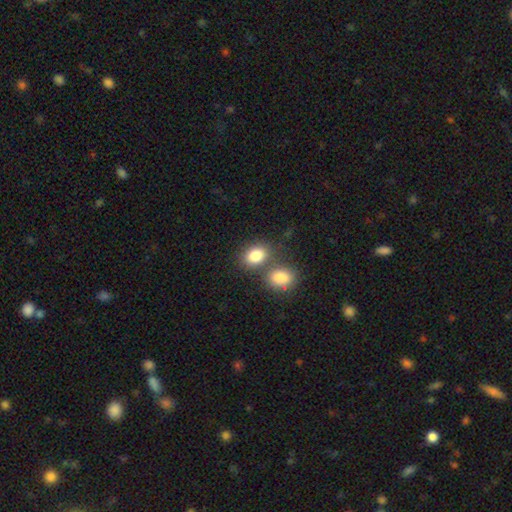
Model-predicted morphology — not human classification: The model was most divided on "merging": none: 53%, merger: 33%, minor disturbance: 10%, major disturbance: 4%. More confident: smooth or featured — smooth (84%); how rounded — in between (63%).